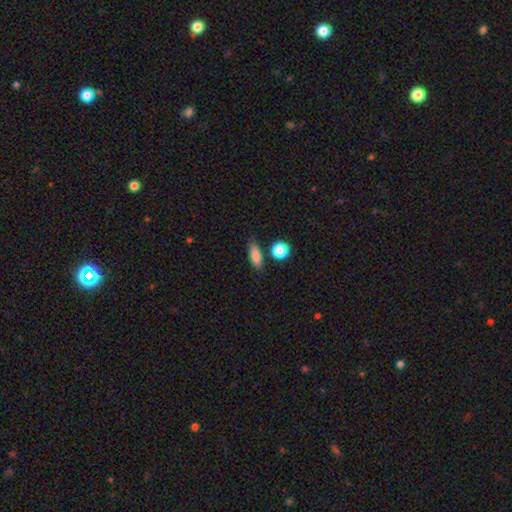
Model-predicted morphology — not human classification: A smooth galaxy with no disk features (82%) that is in between round and cigar-shaped (66%).

Vote fractions:
- Smooth or featured? smooth: 82% / featured or disk: 9% / star or artifact: 9%
- How rounded? in between: 66% / cigar-shaped: 24% / round: 9%
- Merging? none: 77% / minor disturbance: 14% / merger: 6% / major disturbance: 3%